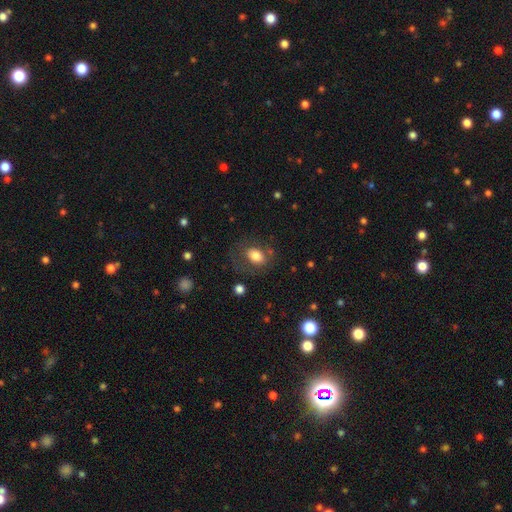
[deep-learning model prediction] Morphology: type=smooth (76%); roundness=in between (72%); merging=none (64%).